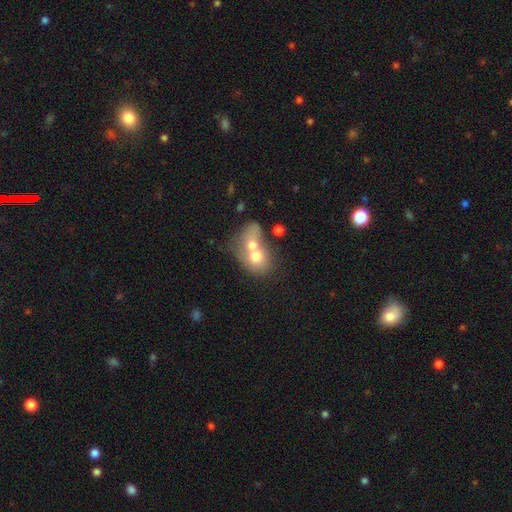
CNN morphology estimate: smooth-or-featured: smooth: 64% | featured or disk: 28% | star or artifact: 9%
  how-rounded: in between: 54% | round: 44% | cigar-shaped: 1%
  merging: merger: 77% | none: 12% | minor disturbance: 6% | major disturbance: 5%